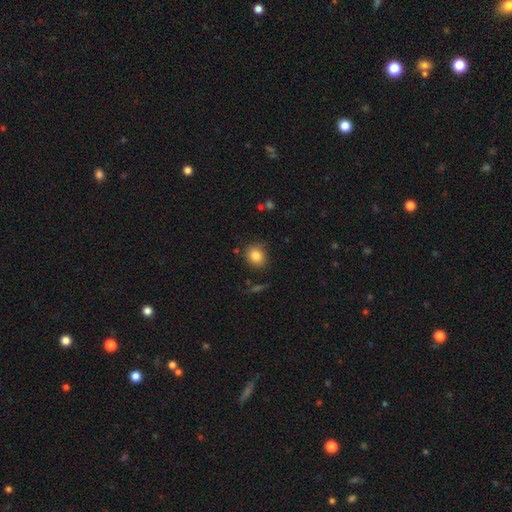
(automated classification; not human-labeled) Overall: smooth (83%). How rounded: round (74%). Merging: none (81%).